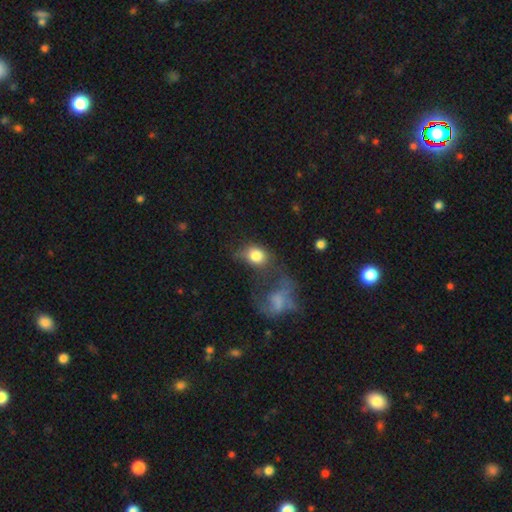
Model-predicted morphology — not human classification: Smooth or featured? smooth (78%)
How rounded? round (51%)
Merging? none (36%)